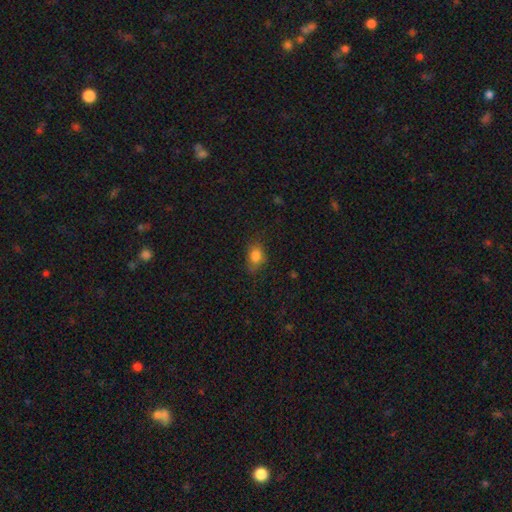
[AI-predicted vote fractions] This appears to be a smooth galaxy with no disk features (82%) that is in between round and cigar-shaped (65%). Merging: none (72%).